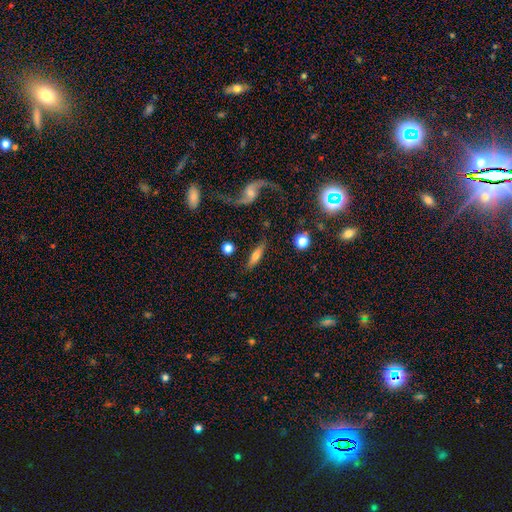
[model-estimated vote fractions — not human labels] Smooth or featured? smooth (49%)
Merging? none (79%)